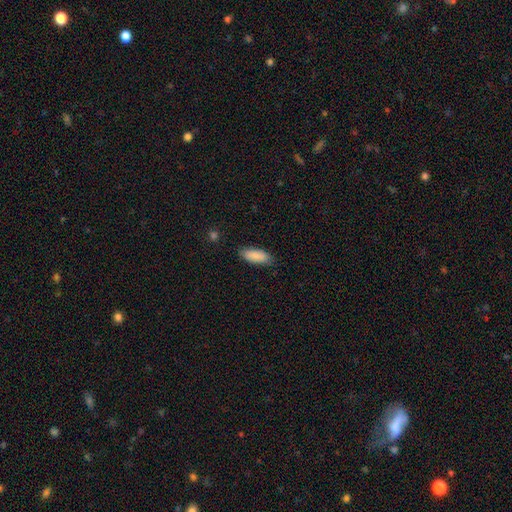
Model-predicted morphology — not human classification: Smooth or featured: smooth — 88% (featured or disk — 6%)
How rounded: in between — 79% (cigar-shaped — 20%)
Merging: none — 81% (minor disturbance — 15%)